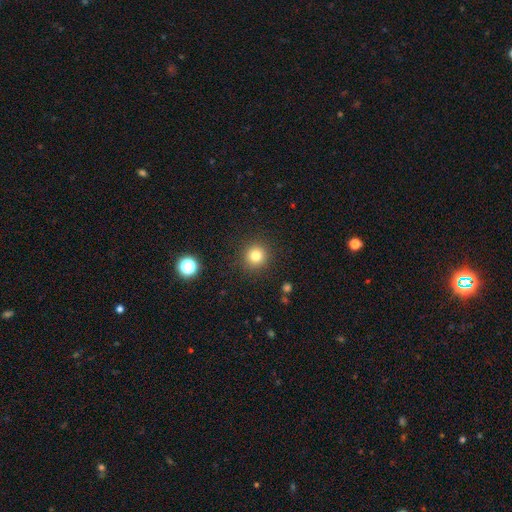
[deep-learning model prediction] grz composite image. It shows a smooth galaxy with no disk features (80%) that is round (94%). Merging: none (90%).